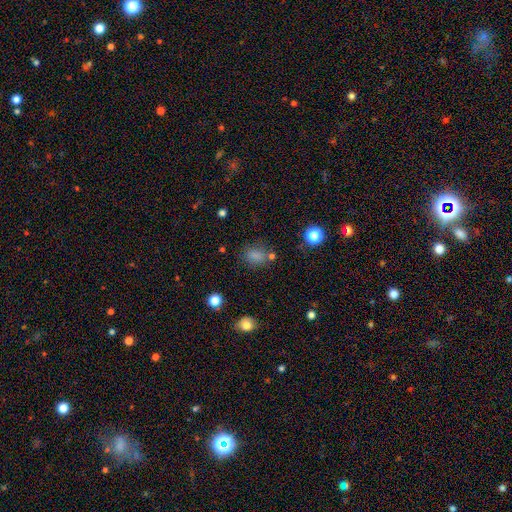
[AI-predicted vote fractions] Q: Smooth or featured?
A: smooth (76%); runner-up: star or artifact (17%)
Q: How rounded?
A: in between (62%); runner-up: round (36%)
Q: Merging?
A: none (66%); runner-up: minor disturbance (17%)